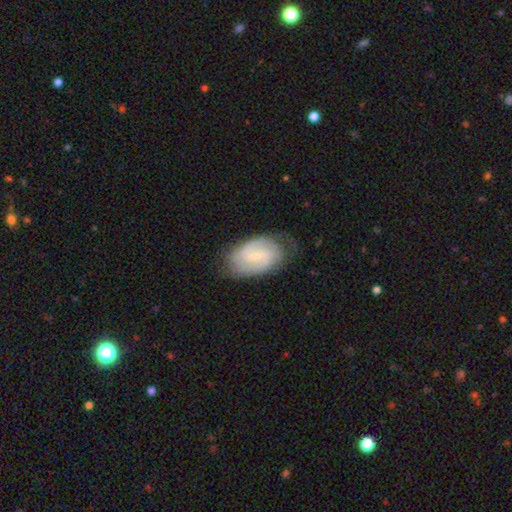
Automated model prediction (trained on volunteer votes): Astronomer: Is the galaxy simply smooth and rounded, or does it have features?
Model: featured or disk — 77%.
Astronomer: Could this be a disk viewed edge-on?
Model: no — 97%.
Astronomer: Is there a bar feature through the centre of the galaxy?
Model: weak — 58%.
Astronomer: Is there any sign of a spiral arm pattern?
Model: yes — 94%.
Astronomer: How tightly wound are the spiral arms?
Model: medium — 44% (runner-up: tight, 38%).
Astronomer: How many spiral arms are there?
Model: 2 — 79%.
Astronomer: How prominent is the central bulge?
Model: small — 69%.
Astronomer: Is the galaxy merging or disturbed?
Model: none — 73%.